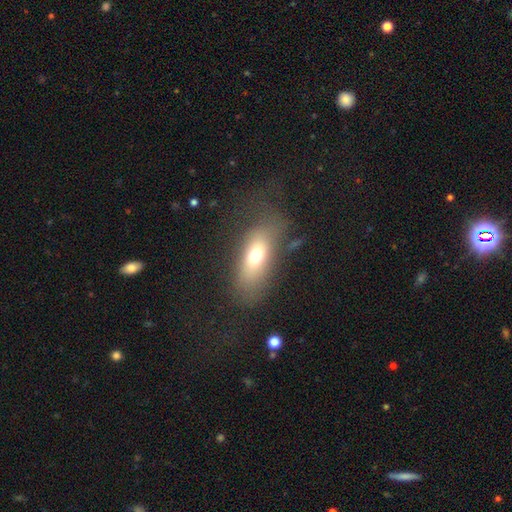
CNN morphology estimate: The model was most divided on "merging": none: 61%, major disturbance: 19%, minor disturbance: 18%, merger: 2%. More confident: how rounded — in between (79%); smooth or featured — smooth (66%).